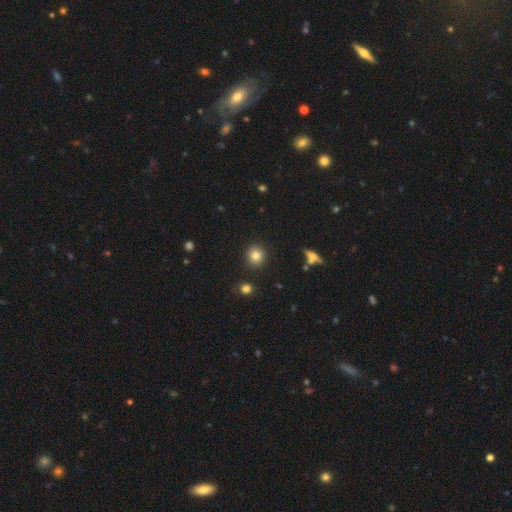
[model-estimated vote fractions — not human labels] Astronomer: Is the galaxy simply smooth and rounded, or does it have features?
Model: smooth — 81%.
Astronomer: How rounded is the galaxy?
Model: round — 87%.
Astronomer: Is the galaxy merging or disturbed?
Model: none — 90%.